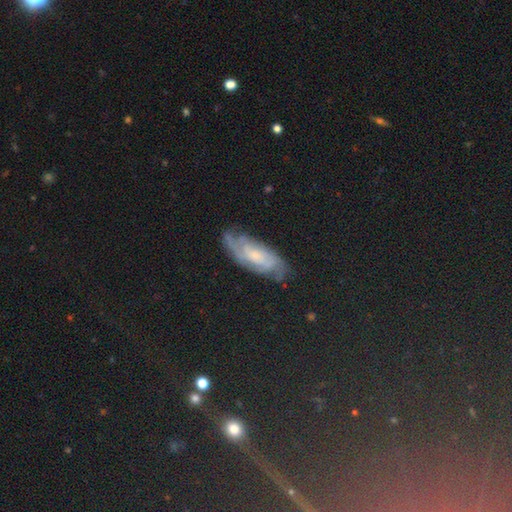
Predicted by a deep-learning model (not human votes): smooth-or-featured: featured or disk: 49% | star or artifact: 29% | smooth: 22%
  merging: none: 72% | minor disturbance: 20% | major disturbance: 6% | merger: 2%